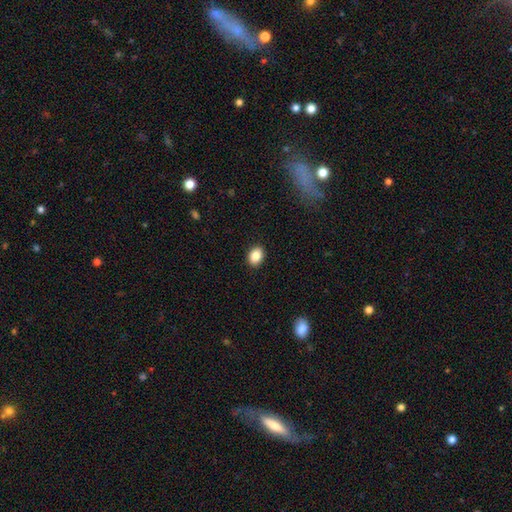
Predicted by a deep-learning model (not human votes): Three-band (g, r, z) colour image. It shows a smooth galaxy with no disk features (86%) that is in between round and cigar-shaped (70%). Merging: none (90%).